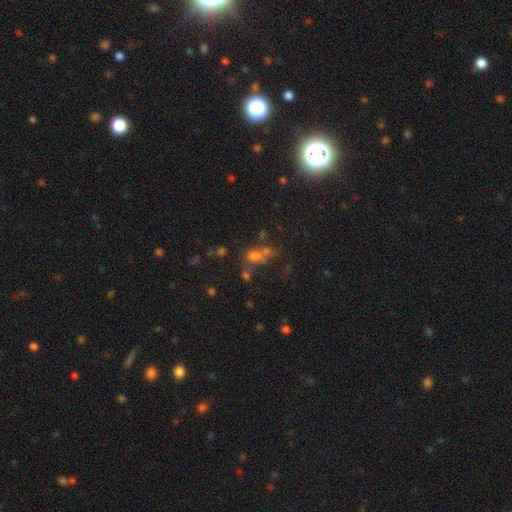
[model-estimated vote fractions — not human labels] Morphology: type=smooth (44%); merging=none (40%).